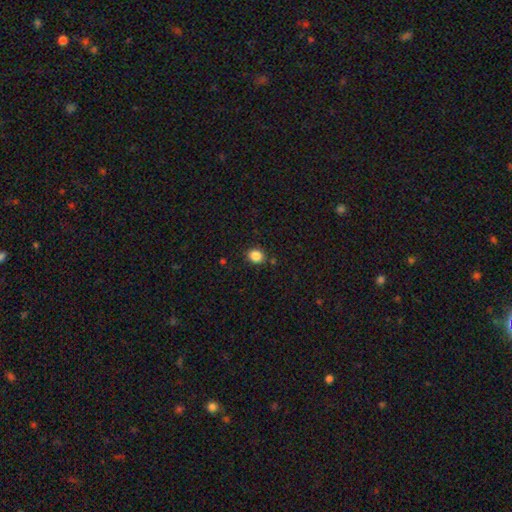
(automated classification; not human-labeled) Overall: smooth (86%). How rounded: round (59%; in between 40%). Merging: none (85%).